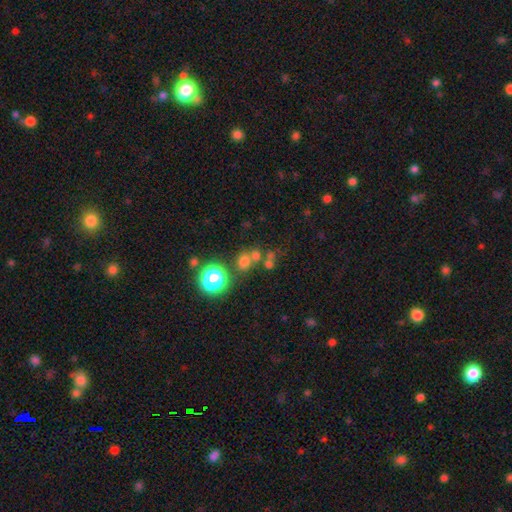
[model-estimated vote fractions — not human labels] This appears to be a smooth galaxy with no disk features (61%) that is round (76%). Merging: none (55%).